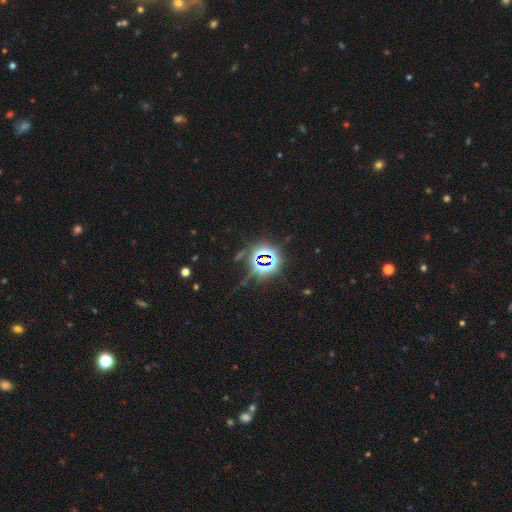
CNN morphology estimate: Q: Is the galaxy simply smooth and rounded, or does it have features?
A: star or artifact — 82%.